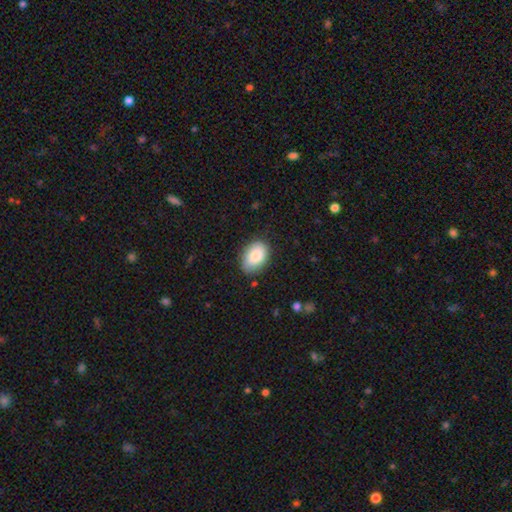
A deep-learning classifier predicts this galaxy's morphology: A smooth galaxy with no disk features (87%) that is in between round and cigar-shaped (87%).

Vote fractions:
- Smooth or featured? smooth: 87% / featured or disk: 7% / star or artifact: 6%
- How rounded? in between: 87% / round: 12% / cigar-shaped: 1%
- Merging? none: 81% / minor disturbance: 15% / major disturbance: 3% / merger: 1%